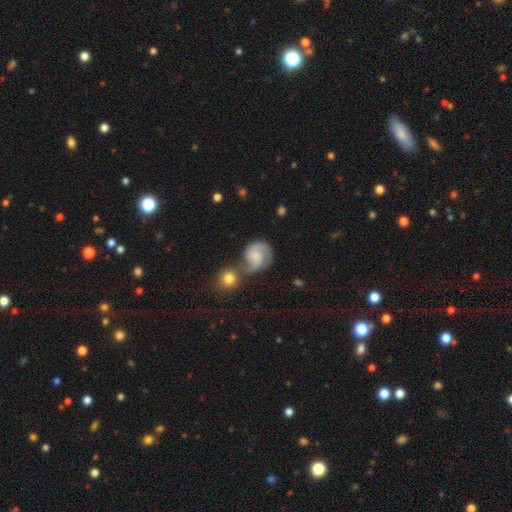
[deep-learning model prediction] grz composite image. It shows a featured or disk galaxy (74%) with no bar (67%), 2 (77%) medium (51%) spiral arms (94%) and a small central bulge (58%). Merging: none (39%).